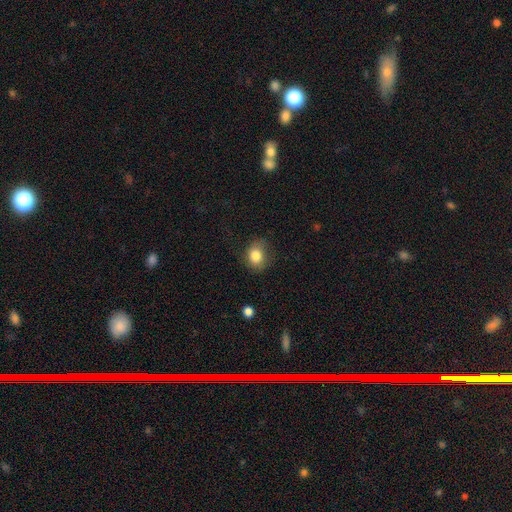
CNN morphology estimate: Smooth or featured?
  - smooth: 83% *
  - star or artifact: 9%
  - featured or disk: 8%
How rounded?
  - round: 58% *
  - in between: 41%
  - cigar-shaped: 1%
Merging?
  - none: 71% *
  - minor disturbance: 21%
  - major disturbance: 7%
  - merger: 1%